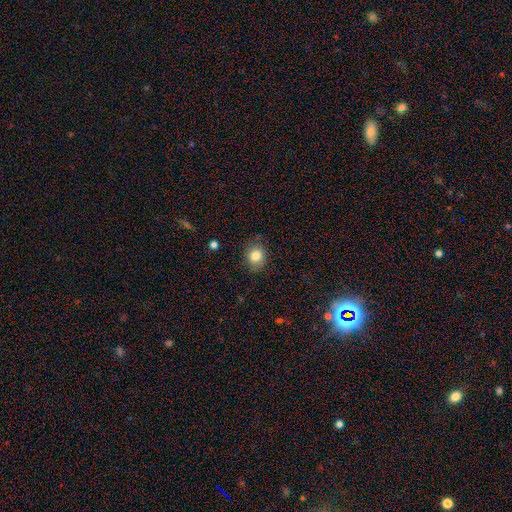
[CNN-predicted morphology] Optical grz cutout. It shows a smooth galaxy with no disk features (82%) that is round (62%). Merging: none (81%).